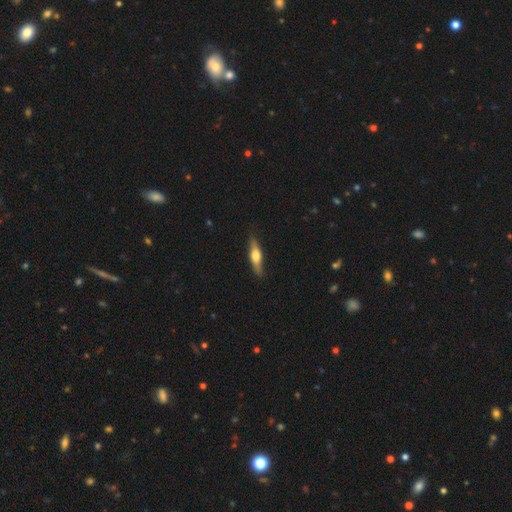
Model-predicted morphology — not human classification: This is possibly a featured or disk galaxy (52%). It is clearly viewed edge-on (90%). Merging: clearly none (82%).